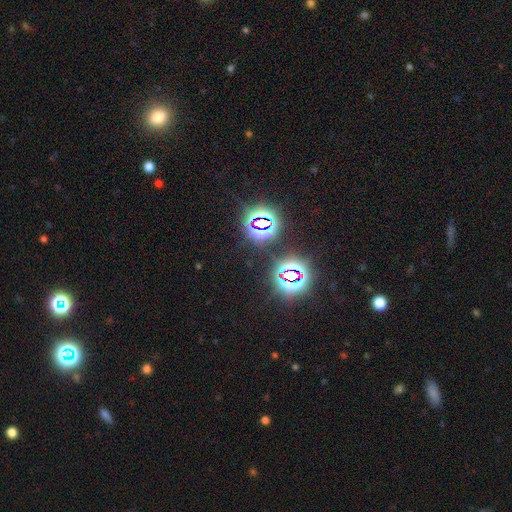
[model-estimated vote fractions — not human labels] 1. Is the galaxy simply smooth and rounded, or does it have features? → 75% star or artifact, 19% smooth, 6% featured or disk.